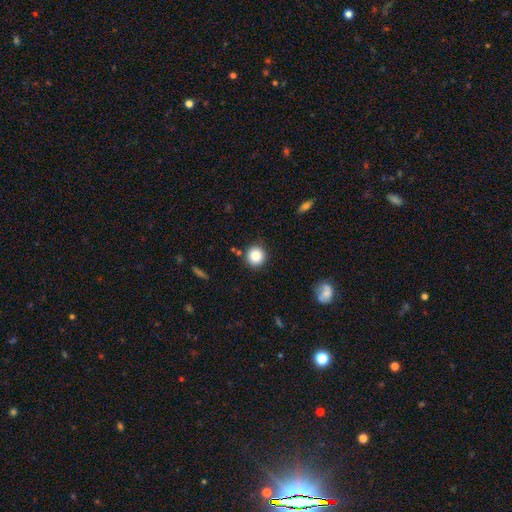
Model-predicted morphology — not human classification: Smooth or featured? smooth (85%)
How rounded? round (94%)
Merging? none (88%)